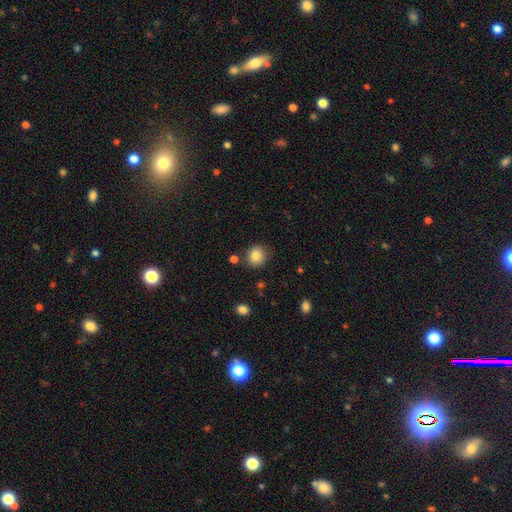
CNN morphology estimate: A smooth galaxy with no disk features (85%) that is round (82%).

Vote fractions:
- Smooth or featured? smooth: 85% / star or artifact: 10% / featured or disk: 6%
- How rounded? round: 82% / in between: 18% / cigar-shaped: 1%
- Merging? none: 82% / minor disturbance: 11% / merger: 4% / major disturbance: 3%